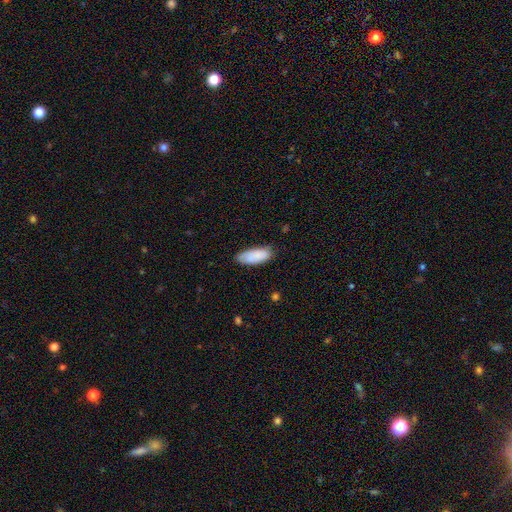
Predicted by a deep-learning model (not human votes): Smooth or featured?
  - smooth: 86% *
  - featured or disk: 8%
  - star or artifact: 6%
How rounded?
  - in between: 81% *
  - cigar-shaped: 18%
  - round: 2%
Merging?
  - none: 75% *
  - minor disturbance: 21%
  - major disturbance: 3%
  - merger: 1%